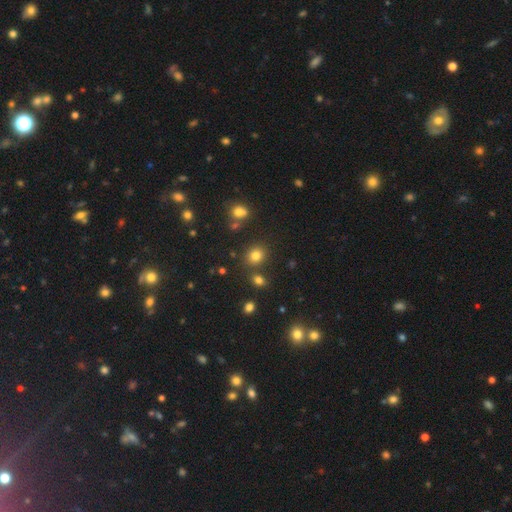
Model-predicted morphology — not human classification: This appears to be a smooth galaxy with no disk features (79%) that is round (71%). Merging: none (78%).